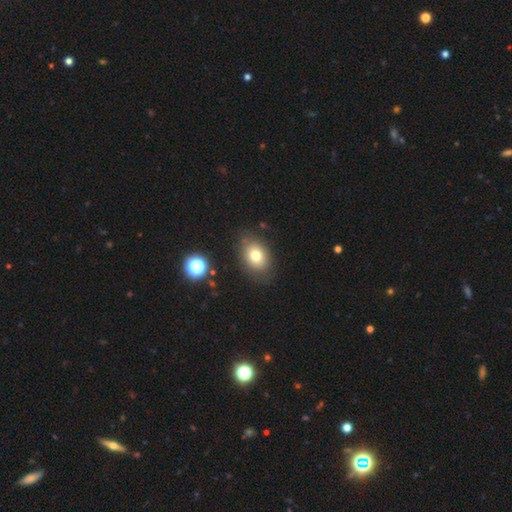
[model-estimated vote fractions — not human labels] This is likely a smooth galaxy (76%). How rounded: likely in between (68%). Merging: likely none (80%).